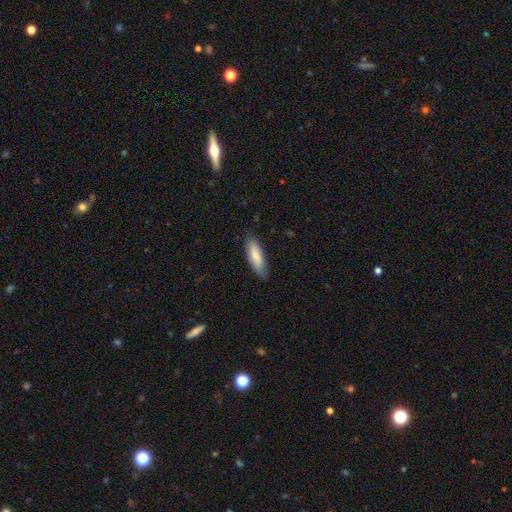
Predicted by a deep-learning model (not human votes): smooth_or_featured: smooth (p=0.78) [alt: featured or disk p=0.17]
how_rounded: in between (p=0.53) [alt: cigar-shaped p=0.45]
merging: none (p=0.78) [alt: minor disturbance p=0.17]